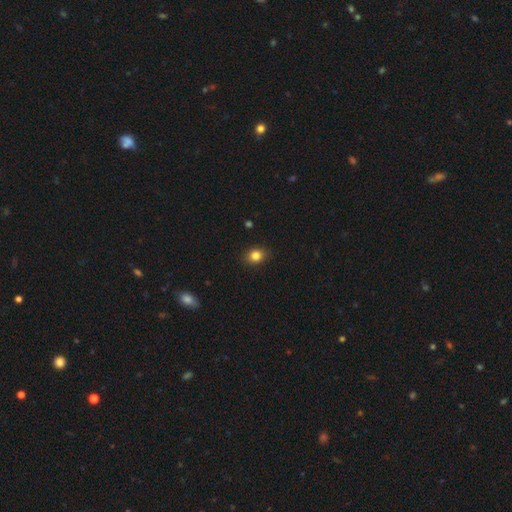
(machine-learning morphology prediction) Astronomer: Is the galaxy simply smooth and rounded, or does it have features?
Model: smooth — 83%.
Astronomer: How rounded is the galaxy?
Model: round — 54% (runner-up: in between, 45%).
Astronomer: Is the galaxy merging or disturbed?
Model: none — 88%.